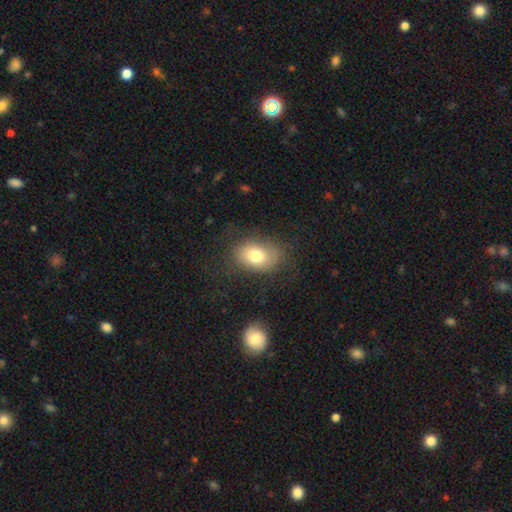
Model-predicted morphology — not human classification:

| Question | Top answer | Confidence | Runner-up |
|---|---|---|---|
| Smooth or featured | smooth | 76% | featured or disk (14%) |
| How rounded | in between | 77% | round (21%) |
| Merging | none | 74% | minor disturbance (17%) |